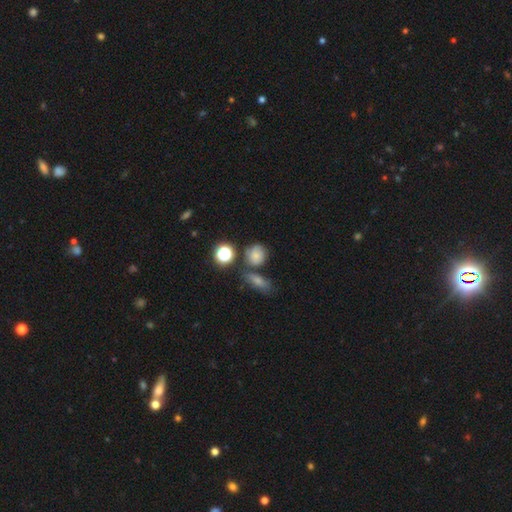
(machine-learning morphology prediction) Smooth or featured? smooth (68%)
How rounded? round (73%)
Merging? none (59%)